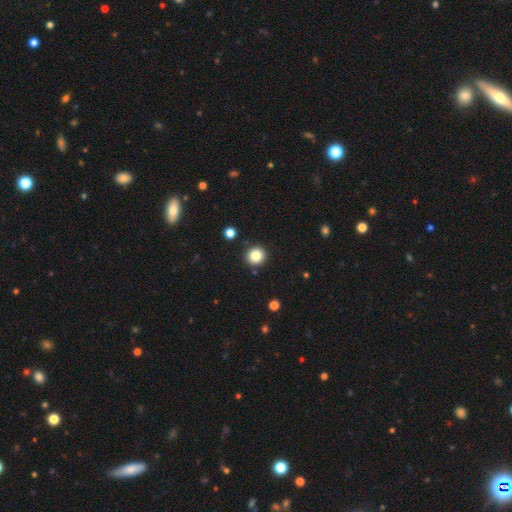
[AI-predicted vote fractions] This appears to be a smooth galaxy with no disk features (83%) that is round (94%). Merging: none (90%).